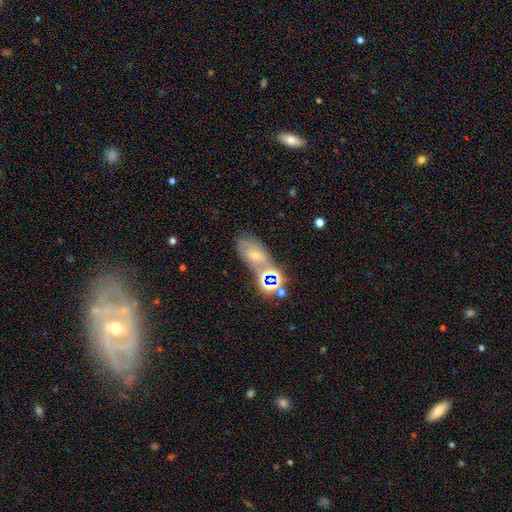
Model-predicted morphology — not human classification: Q: Smooth or featured?
A: featured or disk (38%); runner-up: smooth (33%)
Q: Merging?
A: none (44%); runner-up: merger (25%)